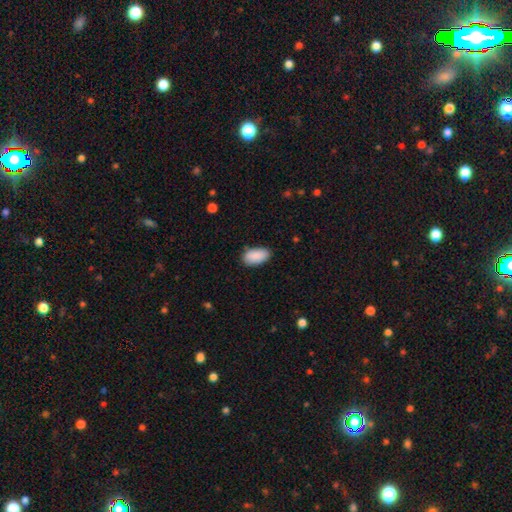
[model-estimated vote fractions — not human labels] smooth_or_featured: smooth (p=0.90) [alt: star or artifact p=0.06]
how_rounded: in between (p=0.95) [alt: round p=0.03]
merging: none (p=0.83) [alt: minor disturbance p=0.13]